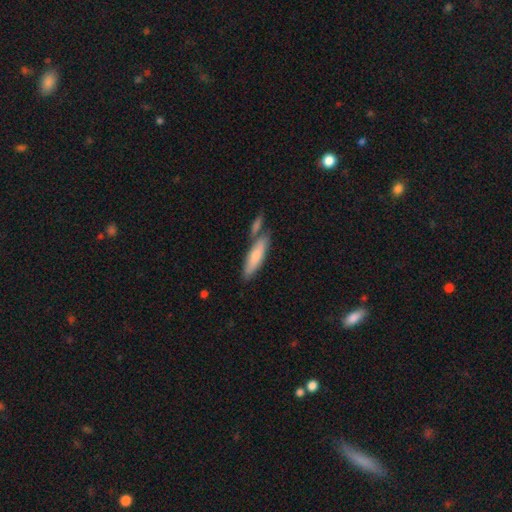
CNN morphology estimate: This is likely a smooth galaxy (72%). How rounded: likely cigar-shaped (66%). Merging: possibly none (56%).